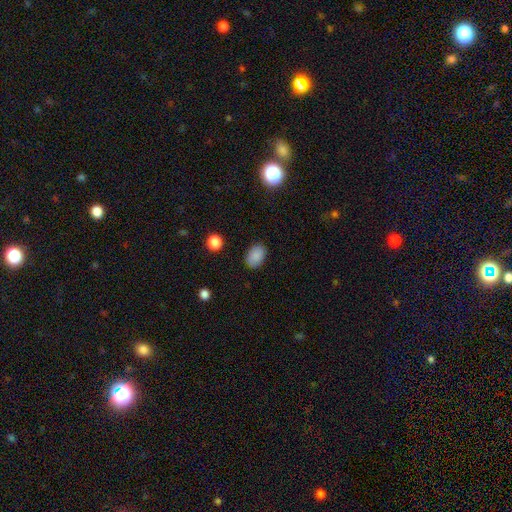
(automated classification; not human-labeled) Smooth or featured: smooth — 87% (star or artifact — 9%)
How rounded: in between — 81% (round — 18%)
Merging: none — 86% (minor disturbance — 10%)